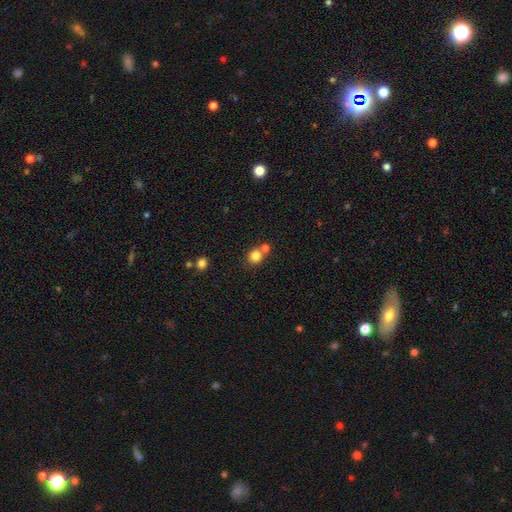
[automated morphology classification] A smooth galaxy with no disk features (82%) that is round (84%).

Vote fractions:
- Smooth or featured? smooth: 82% / star or artifact: 12% / featured or disk: 7%
- How rounded? round: 84% / in between: 15% / cigar-shaped: 1%
- Merging? none: 61% / merger: 28% / minor disturbance: 8% / major disturbance: 3%